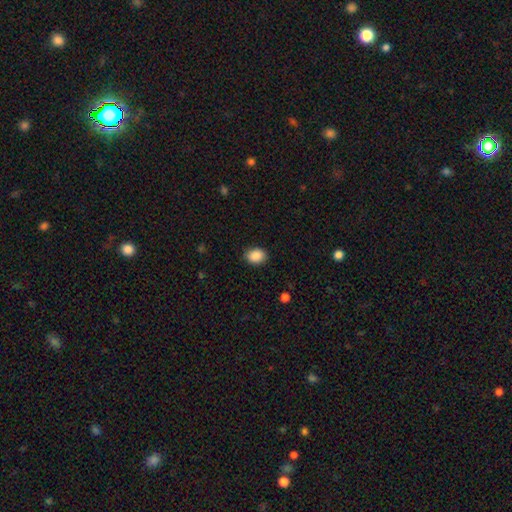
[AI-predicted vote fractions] Smooth or featured? smooth (89%)
How rounded? in between (65%)
Merging? none (87%)